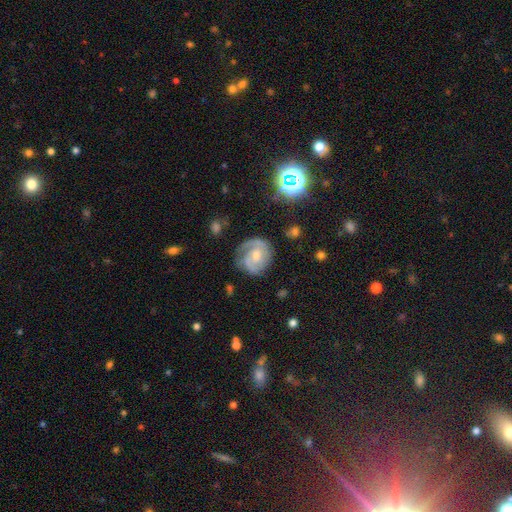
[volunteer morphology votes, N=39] Smooth or featured? featured or disk (90%)
Edge-on disk? no (97%)
Bar? no (59%)
Spiral arms? yes (100%)
Spiral winding? medium (50%)
Spiral arm count? 2 (68%)
Bulge size? moderate (65%)
Merging? none (59%)